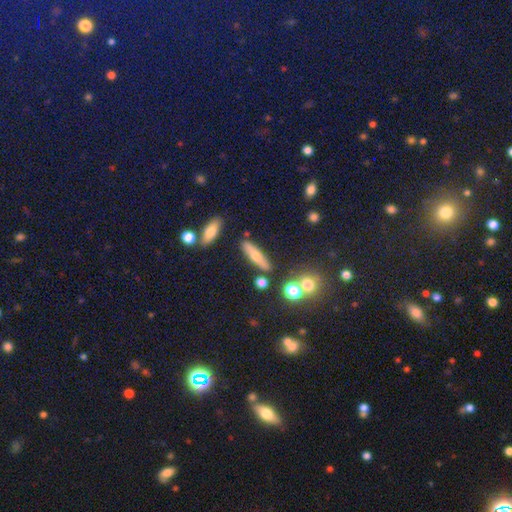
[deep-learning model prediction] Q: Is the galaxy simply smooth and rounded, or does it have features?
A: smooth — 56%.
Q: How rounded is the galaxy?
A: cigar-shaped — 73%.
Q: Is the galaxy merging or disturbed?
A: none — 78%.